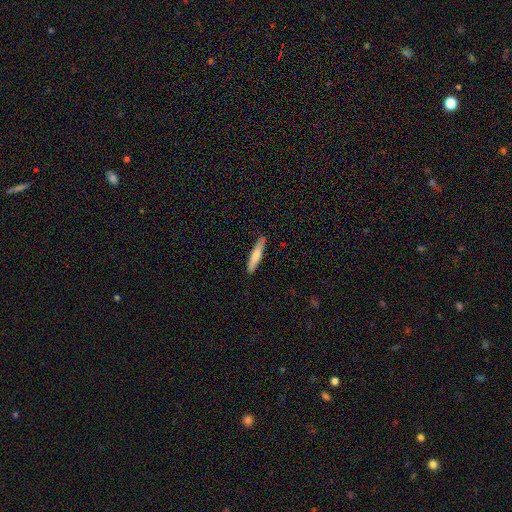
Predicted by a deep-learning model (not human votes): A smooth galaxy with no disk features (71%) that is cigar-shaped (88%).

Vote fractions:
- Smooth or featured? smooth: 71% / featured or disk: 24% / star or artifact: 6%
- How rounded? cigar-shaped: 88% / in between: 10% / round: 1%
- Merging? none: 85% / minor disturbance: 12% / major disturbance: 2% / merger: 1%